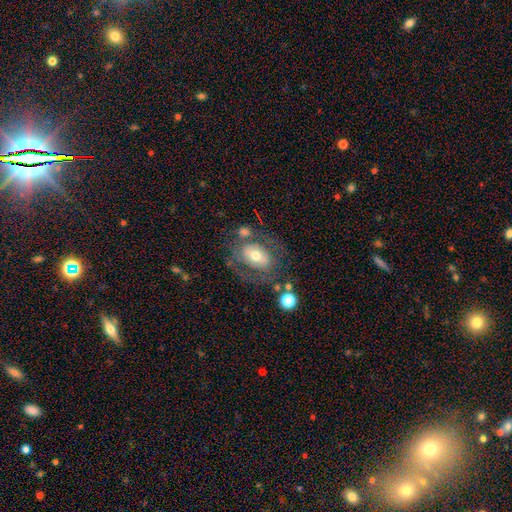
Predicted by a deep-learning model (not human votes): Q: Smooth or featured?
A: featured or disk (51%); runner-up: smooth (40%)
Q: Edge-on disk?
A: no (93%); runner-up: yes (7%)
Q: Merging?
A: none (55%); runner-up: minor disturbance (18%)